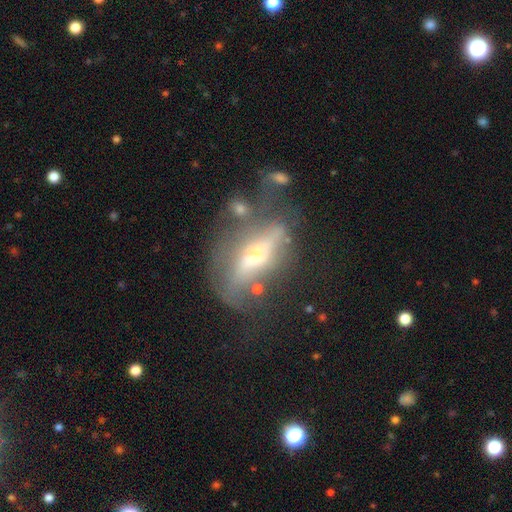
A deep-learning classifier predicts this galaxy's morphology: Q: Smooth or featured?
A: featured or disk (68%); runner-up: smooth (23%)
Q: Edge-on disk?
A: yes (56%); runner-up: no (44%)
Q: Merging?
A: none (41%); runner-up: major disturbance (27%)